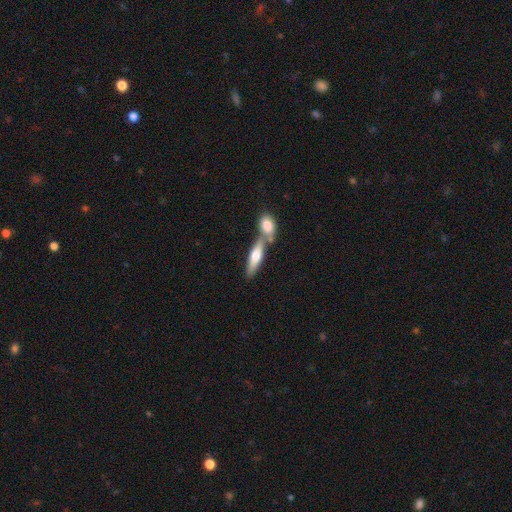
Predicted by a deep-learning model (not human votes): Overall: smooth (62%; featured or disk 33%). How rounded: cigar-shaped (56%; in between 41%). Merging: merger (50%; none 38%).